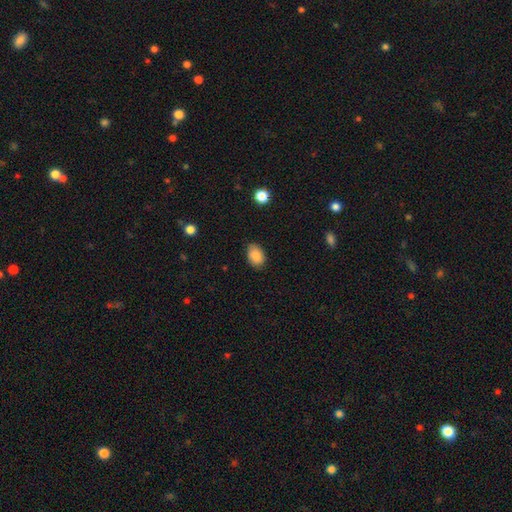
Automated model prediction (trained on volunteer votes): smooth 87%, star or artifact 8%, featured or disk 5%. Down the decision tree: how rounded — in between (84%); merging — none (83%).